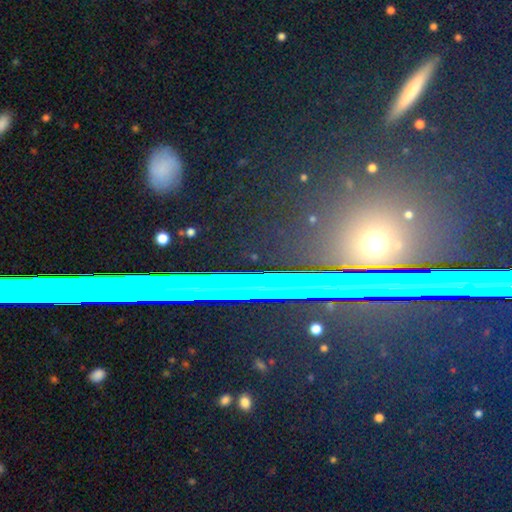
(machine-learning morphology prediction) This appears to be a star or artifact, not a galaxy (71%).